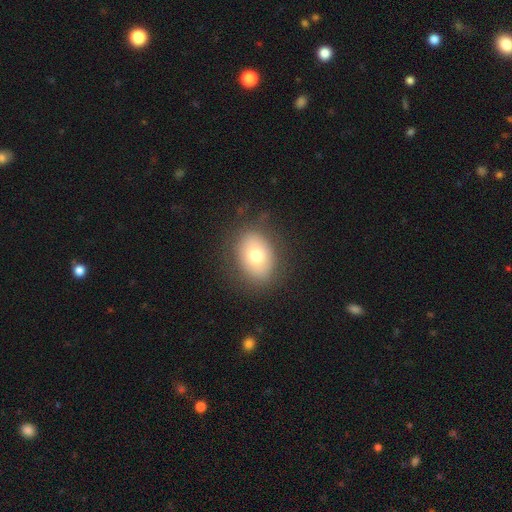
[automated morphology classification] smooth_or_featured: smooth (p=0.71) [alt: featured or disk p=0.20]
how_rounded: in between (p=0.70) [alt: round p=0.29]
merging: none (p=0.82) [alt: minor disturbance p=0.12]